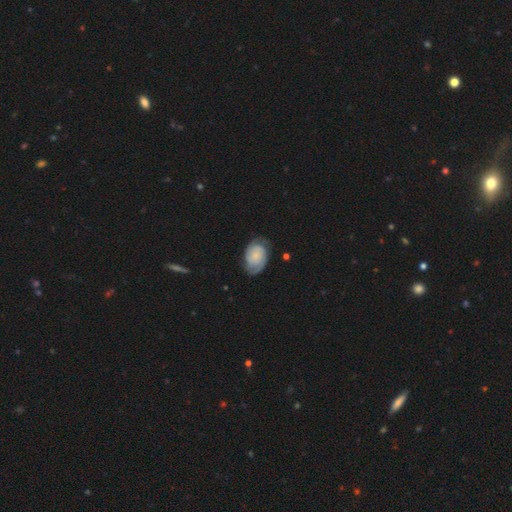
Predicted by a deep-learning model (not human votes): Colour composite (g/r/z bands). It shows a featured or disk galaxy (62%) with no bar (74%), 2 (64%) tight (55%) spiral arms (91%) and a small central bulge (57%). Merging: none (67%).